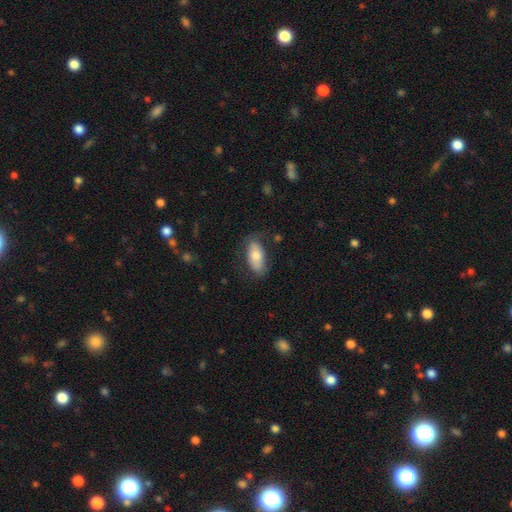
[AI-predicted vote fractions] smooth-or-featured: smooth: 72% | featured or disk: 21% | star or artifact: 6%
  how-rounded: in between: 90% | cigar-shaped: 7% | round: 3%
  merging: none: 72% | minor disturbance: 20% | major disturbance: 7% | merger: 1%